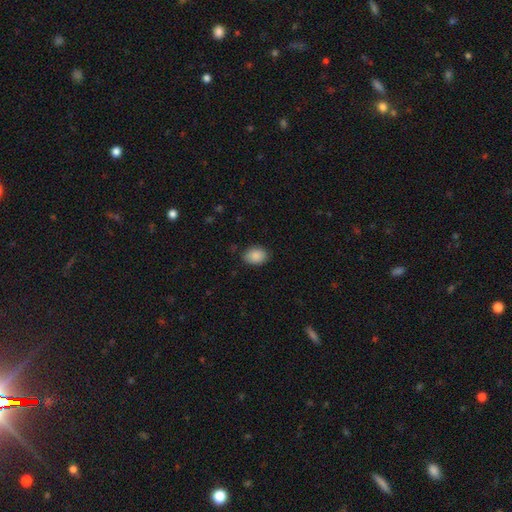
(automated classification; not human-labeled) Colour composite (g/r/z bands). It shows a smooth galaxy with no disk features (89%) that is in between round and cigar-shaped (74%). Merging: none (83%).